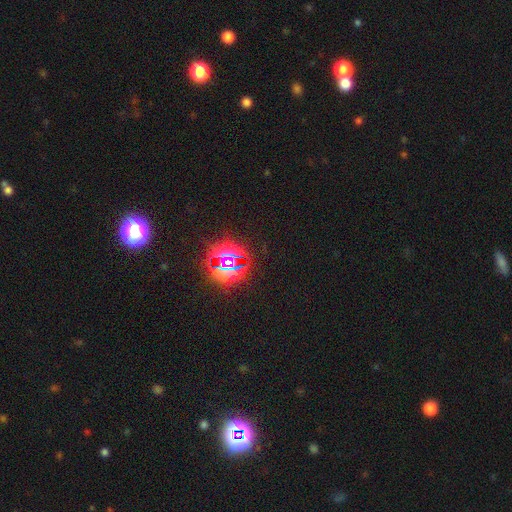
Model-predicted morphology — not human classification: This is clearly a star or artifact rather than a galaxy (83%).